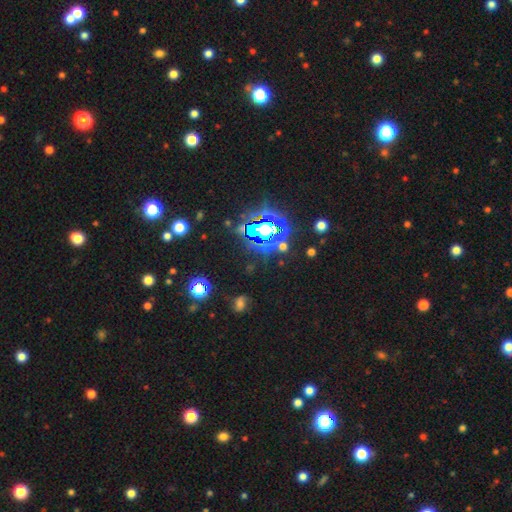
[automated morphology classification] Smooth or featured?
  - star or artifact: 81% *
  - smooth: 12%
  - featured or disk: 7%